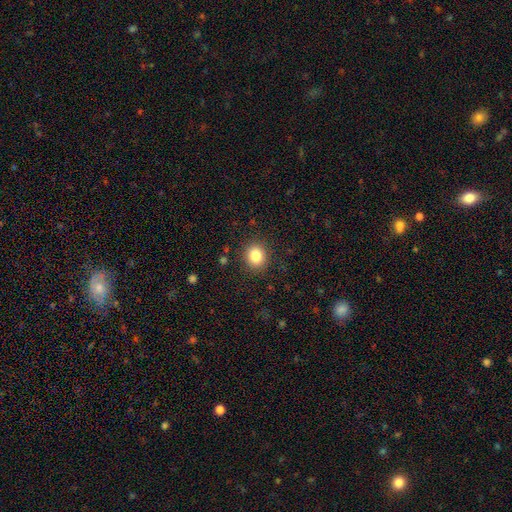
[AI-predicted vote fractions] Smooth or featured? smooth (83%)
How rounded? round (74%)
Merging? none (89%)